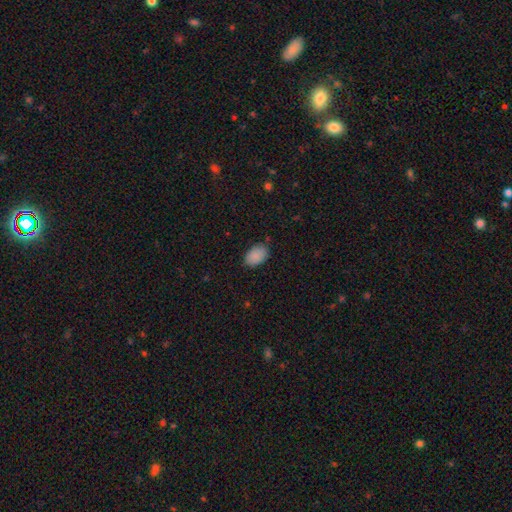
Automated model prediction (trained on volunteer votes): Overall: smooth (89%). How rounded: in between (87%). Merging: none (81%).